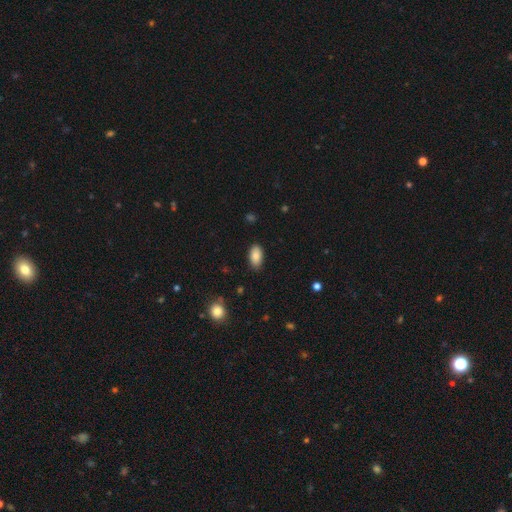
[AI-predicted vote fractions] Smooth or featured?
  - smooth: 87% *
  - star or artifact: 7%
  - featured or disk: 6%
How rounded?
  - in between: 94% *
  - round: 4%
  - cigar-shaped: 3%
Merging?
  - none: 86% *
  - minor disturbance: 11%
  - major disturbance: 2%
  - merger: 1%